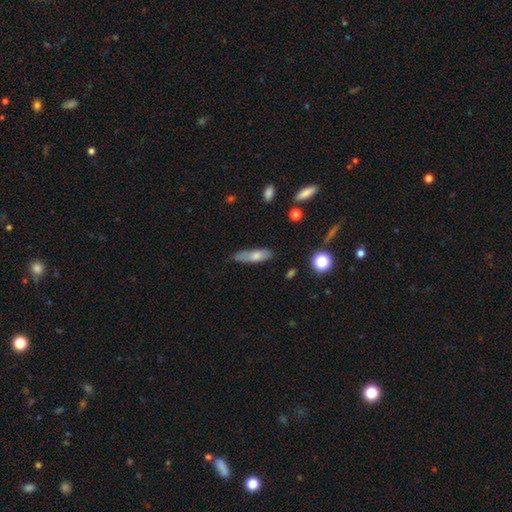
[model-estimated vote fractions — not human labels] This is likely a smooth galaxy (70%). How rounded: possibly cigar-shaped (52%). Merging: likely none (64%).